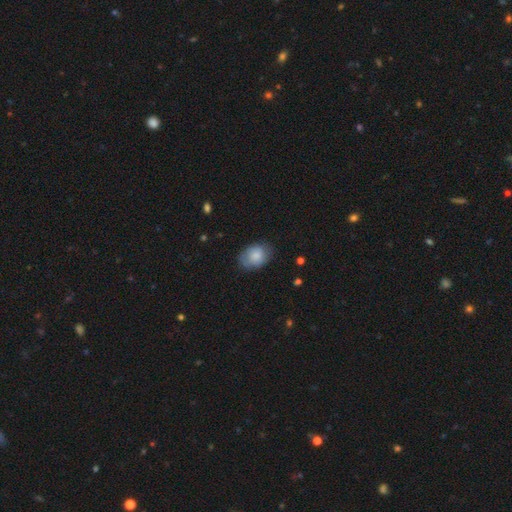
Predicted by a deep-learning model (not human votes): smooth 80%, featured or disk 13%, star or artifact 7%. Down the decision tree: how rounded — in between (74%); merging — none (71%).